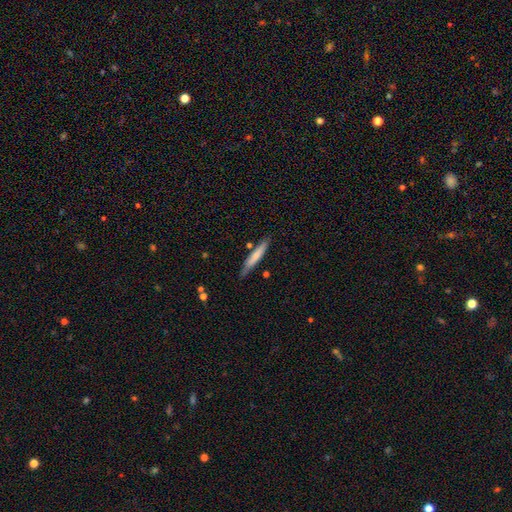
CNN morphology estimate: The model was most divided on "smooth or featured": smooth: 67%, featured or disk: 28%, star or artifact: 6%. More confident: how rounded — cigar-shaped (93%); merging — none (78%).